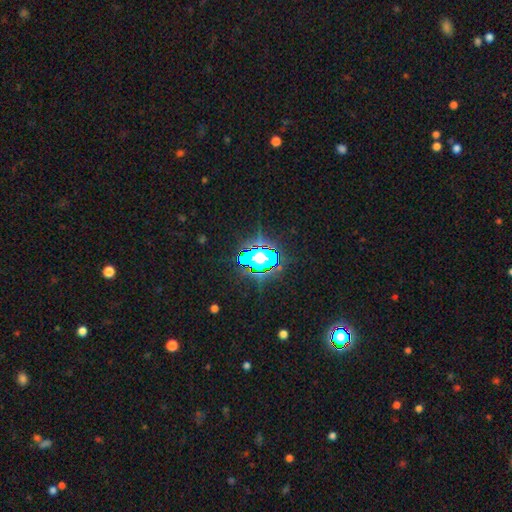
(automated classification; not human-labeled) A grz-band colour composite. It shows a star or artifact, not a galaxy (55%).